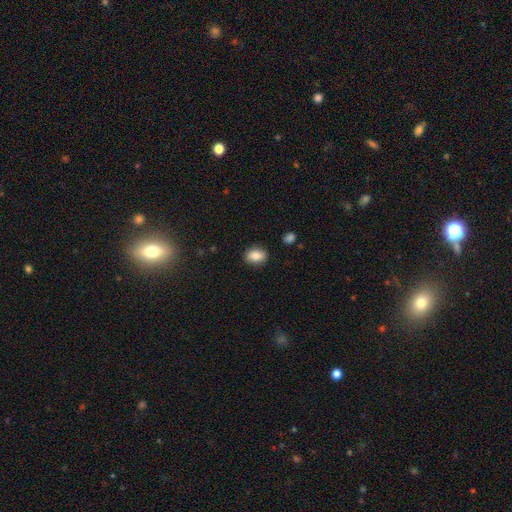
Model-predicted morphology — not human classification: Smooth or featured? Predicted: smooth (p=0.84). How rounded? Predicted: in between (p=0.69). Merging? Predicted: none (p=0.88).